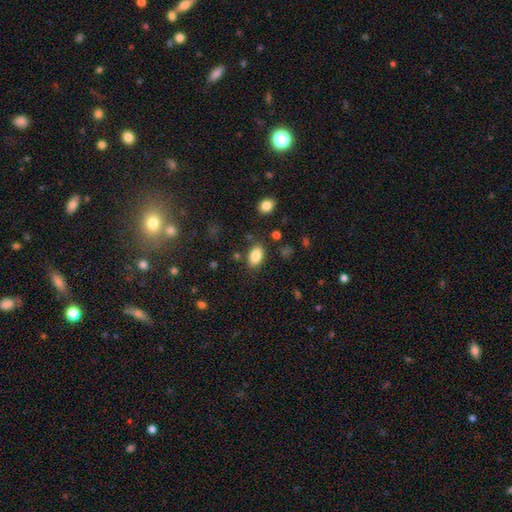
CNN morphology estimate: This appears to be a smooth galaxy with no disk features (86%) that is in between round and cigar-shaped (91%). Merging: none (81%).